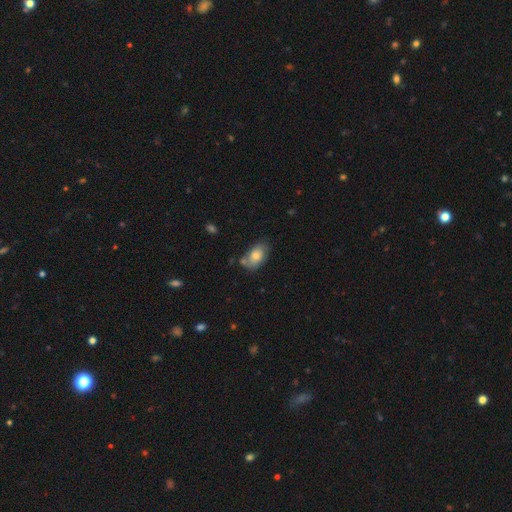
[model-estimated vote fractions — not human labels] Q: Smooth or featured?
A: smooth (75%); runner-up: featured or disk (18%)
Q: How rounded?
A: in between (89%); runner-up: round (9%)
Q: Merging?
A: none (58%); runner-up: minor disturbance (24%)